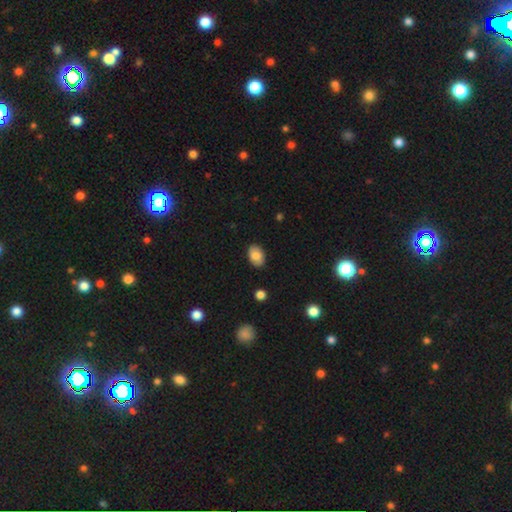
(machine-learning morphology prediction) A smooth galaxy with no disk features (80%) that is in between round and cigar-shaped (84%).

Vote fractions:
- Smooth or featured? smooth: 80% / featured or disk: 13% / star or artifact: 7%
- How rounded? in between: 84% / round: 15% / cigar-shaped: 1%
- Merging? none: 87% / minor disturbance: 10% / major disturbance: 2% / merger: 1%